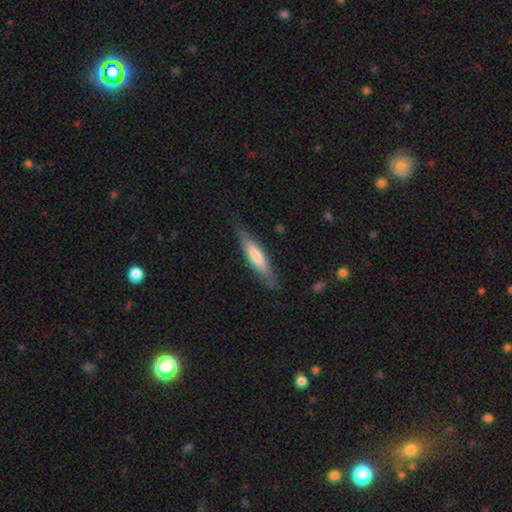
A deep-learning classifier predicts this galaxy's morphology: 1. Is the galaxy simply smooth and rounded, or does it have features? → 58% smooth, 37% featured or disk, 6% star or artifact.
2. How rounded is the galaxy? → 83% cigar-shaped, 16% in between, 1% round.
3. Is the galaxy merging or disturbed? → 83% none, 14% minor disturbance, 3% major disturbance, 1% merger.